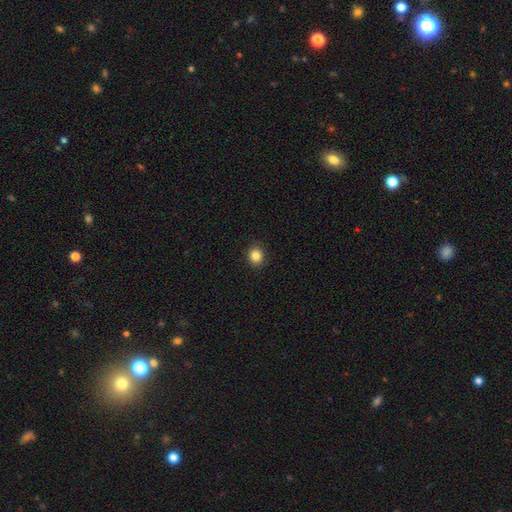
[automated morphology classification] smooth 85%, star or artifact 10%, featured or disk 5%. Down the decision tree: how rounded — round (77%); merging — none (91%).